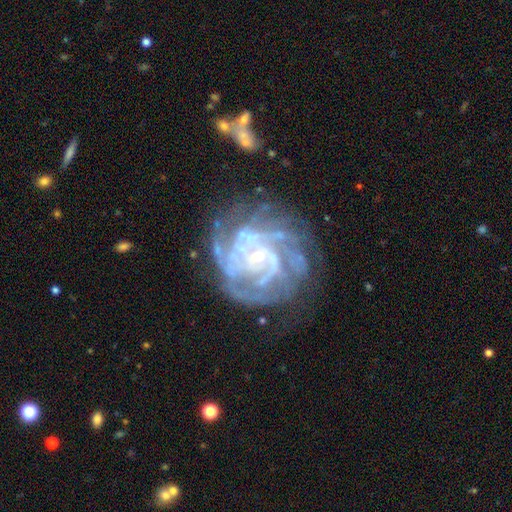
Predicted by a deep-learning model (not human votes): Q: Smooth or featured?
A: featured or disk (87%); runner-up: star or artifact (7%)
Q: Edge-on disk?
A: no (98%); runner-up: yes (2%)
Q: Bar?
A: no (66%); runner-up: weak (25%)
Q: Spiral arms?
A: yes (95%); runner-up: no (5%)
Q: Spiral winding?
A: tight (69%); runner-up: medium (26%)
Q: Spiral arm count?
A: can't tell (28%); runner-up: 4 (22%)
Q: Bulge size?
A: small (79%); runner-up: moderate (16%)
Q: Merging?
A: none (66%); runner-up: minor disturbance (19%)